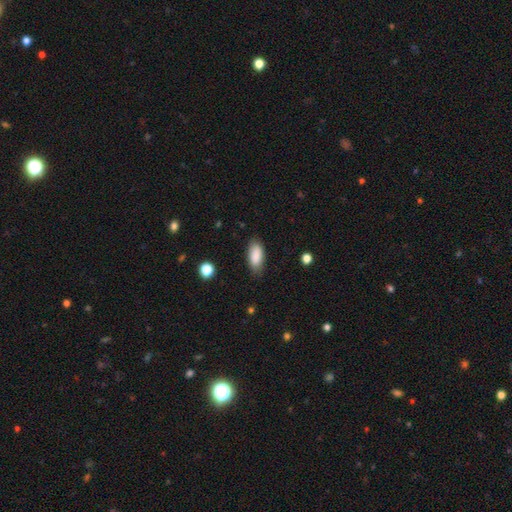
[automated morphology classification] smooth-or-featured: smooth: 87% | star or artifact: 7% | featured or disk: 6%
  how-rounded: in between: 85% | cigar-shaped: 13% | round: 2%
  merging: none: 80% | minor disturbance: 15% | major disturbance: 3% | merger: 1%